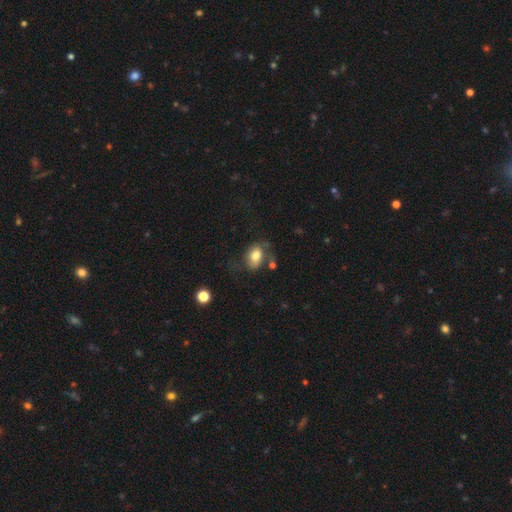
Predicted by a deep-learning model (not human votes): smooth 71%, featured or disk 21%, star or artifact 8%. Down the decision tree: how rounded — in between (73%); merging — none (51%).